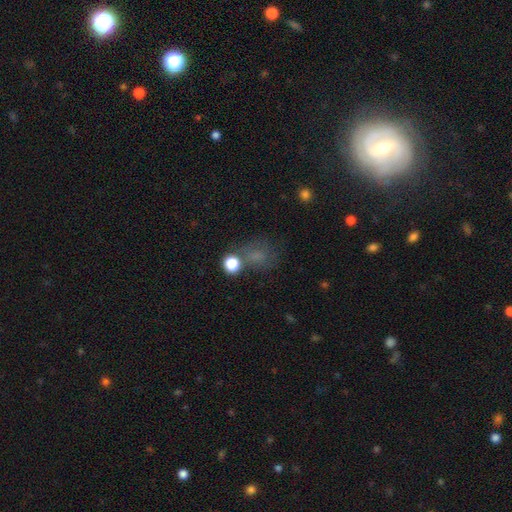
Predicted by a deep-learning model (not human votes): Smooth or featured? smooth (57%)
How rounded? round (61%)
Merging? none (54%)